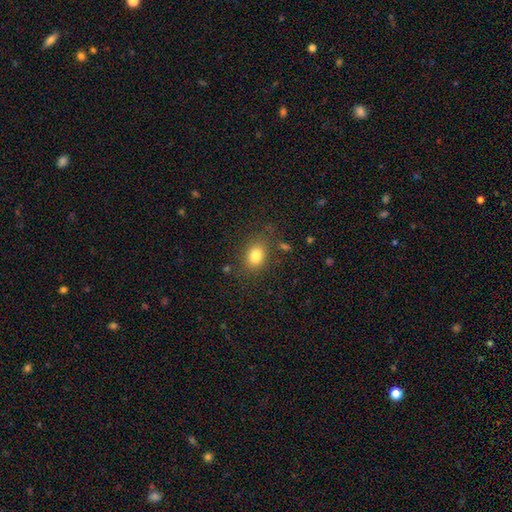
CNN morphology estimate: smooth 81%, star or artifact 11%, featured or disk 8%. Down the decision tree: how rounded — in between (61%); merging — none (79%).